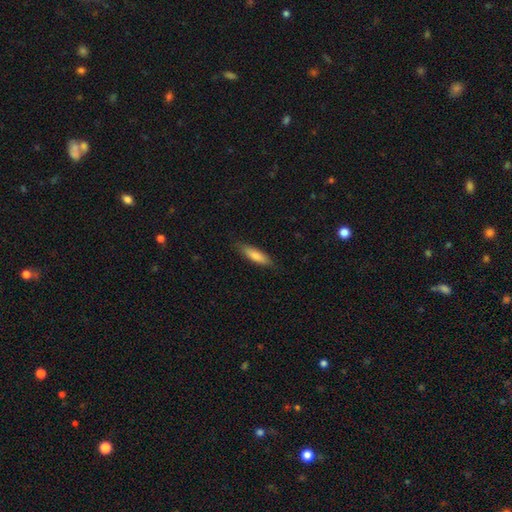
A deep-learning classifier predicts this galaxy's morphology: smooth 79%, featured or disk 15%, star or artifact 6%. Down the decision tree: how rounded — cigar-shaped (65%); merging — none (85%).